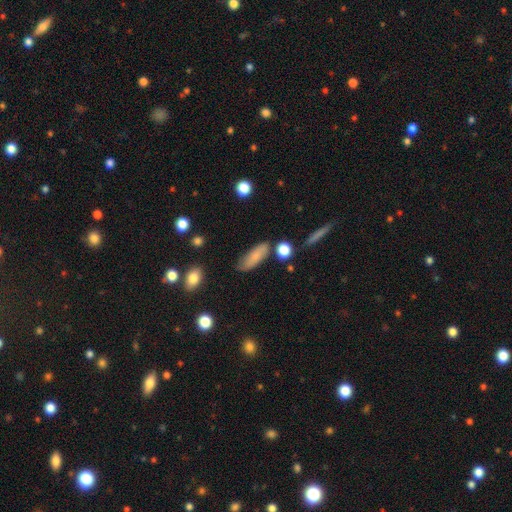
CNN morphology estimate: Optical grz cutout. It shows a smooth galaxy with no disk features (80%) that is in between round and cigar-shaped (65%). Merging: none (73%).